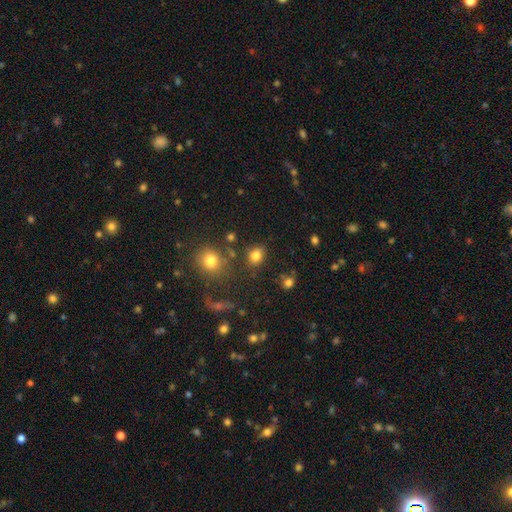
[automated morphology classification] The model was most divided on "how rounded": round: 54%, in between: 45%, cigar-shaped: 1%. More confident: smooth or featured — smooth (81%); merging — none (77%).